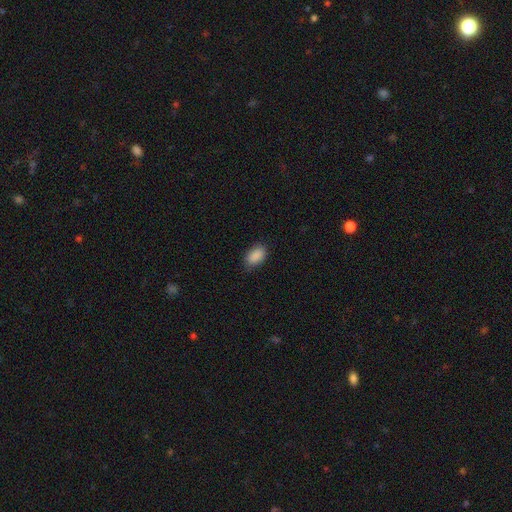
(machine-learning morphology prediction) Smooth or featured? Predicted: smooth (p=0.89). How rounded? Predicted: in between (p=0.92). Merging? Predicted: none (p=0.79).